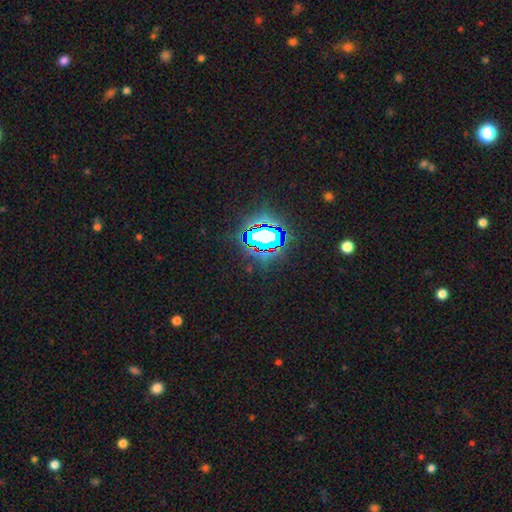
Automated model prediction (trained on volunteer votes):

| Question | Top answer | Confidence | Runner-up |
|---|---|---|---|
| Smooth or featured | star or artifact | 82% | smooth (11%) |